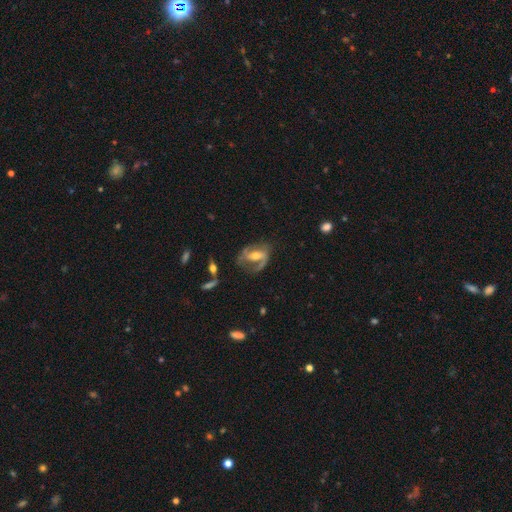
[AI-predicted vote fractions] Morphology: type=featured or disk (79%); edge-on=no (95%); bar=strong (41%); spiral arms=yes (88%); winding=medium (44%); arm count=2 (74%); bulge=moderate (61%); merging=none (57%).